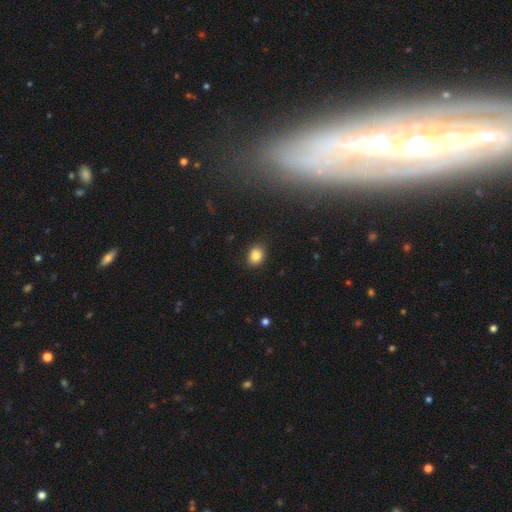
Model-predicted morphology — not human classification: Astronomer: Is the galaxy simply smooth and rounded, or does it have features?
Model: smooth — 84%.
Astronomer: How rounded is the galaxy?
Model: in between — 51% (runner-up: round, 48%).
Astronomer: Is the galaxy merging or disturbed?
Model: none — 87%.